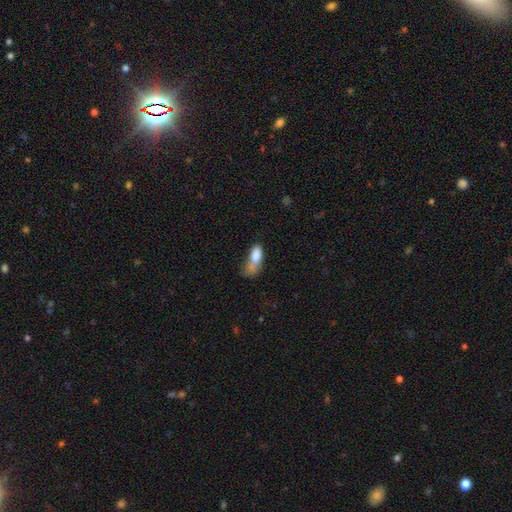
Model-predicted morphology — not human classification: This appears to be a smooth galaxy with no disk features (78%) that is in between round and cigar-shaped (78%). Merging: merger (29%).